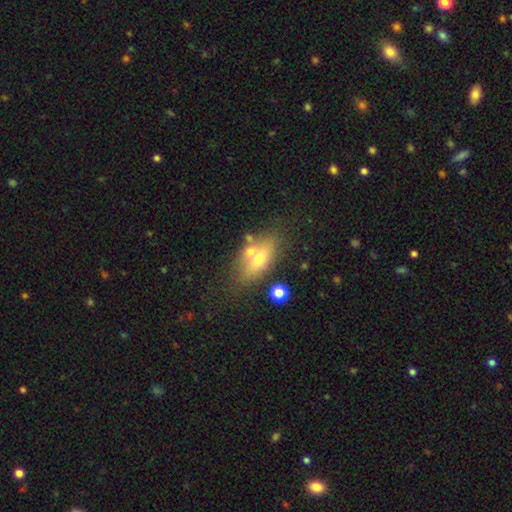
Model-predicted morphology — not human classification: Smooth or featured? Predicted: smooth (p=0.58). How rounded? Predicted: in between (p=0.77). Merging? Predicted: none (p=0.60).